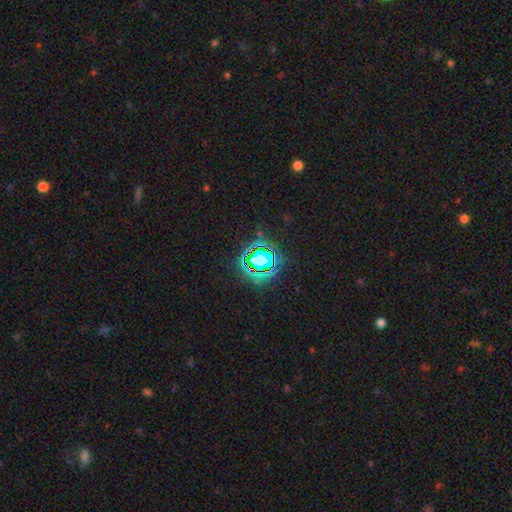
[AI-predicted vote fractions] Smooth or featured?
  - star or artifact: 82% *
  - smooth: 11%
  - featured or disk: 7%